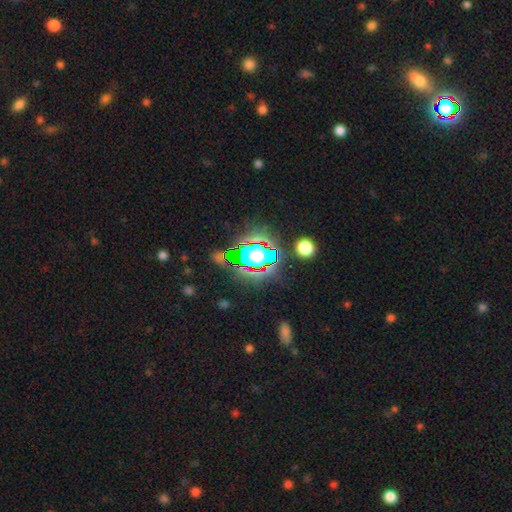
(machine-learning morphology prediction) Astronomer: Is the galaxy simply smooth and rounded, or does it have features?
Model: star or artifact — 56%.